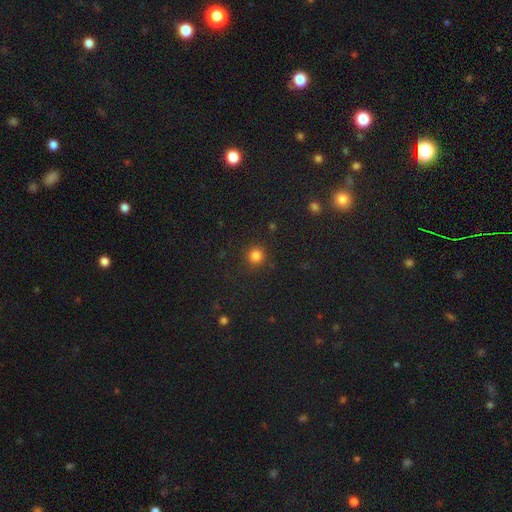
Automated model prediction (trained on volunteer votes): Smooth or featured? smooth (82%)
How rounded? round (93%)
Merging? none (89%)